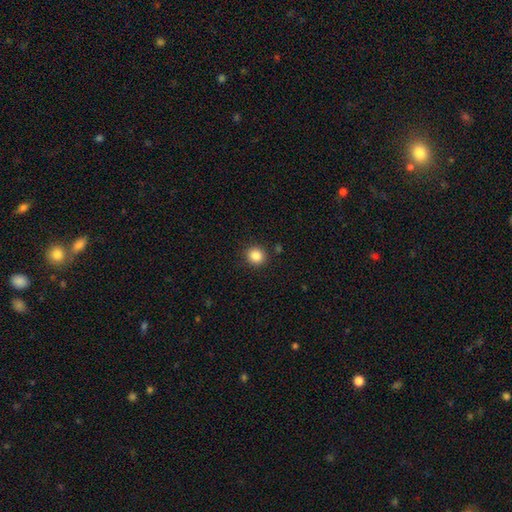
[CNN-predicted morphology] A smooth galaxy with no disk features (85%) that is round (89%). Merging: none (90%).